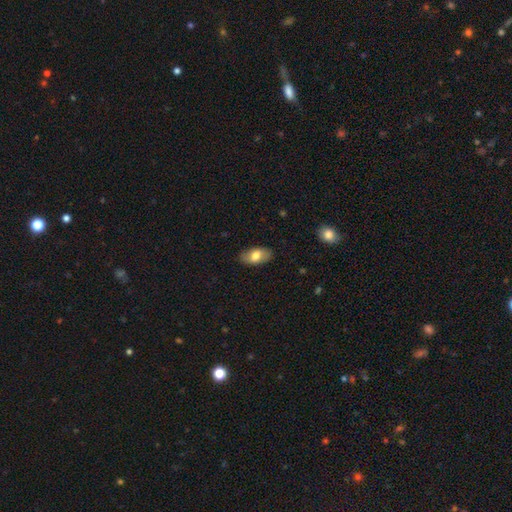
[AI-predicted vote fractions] smooth 75%, featured or disk 19%, star or artifact 6%. Down the decision tree: how rounded — in between (93%); merging — none (85%).